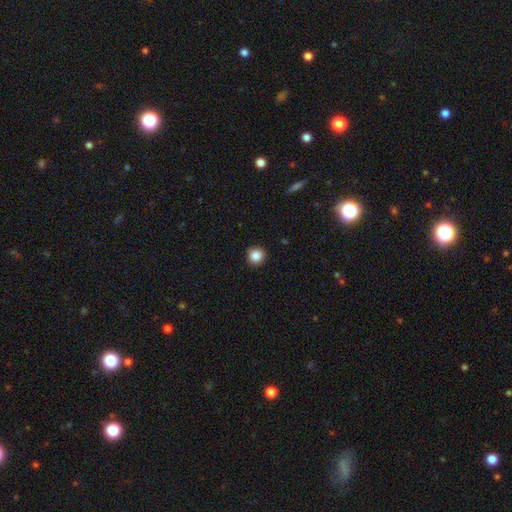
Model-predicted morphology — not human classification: smooth 86%, star or artifact 10%, featured or disk 3%. Down the decision tree: how rounded — round (94%); merging — none (91%).